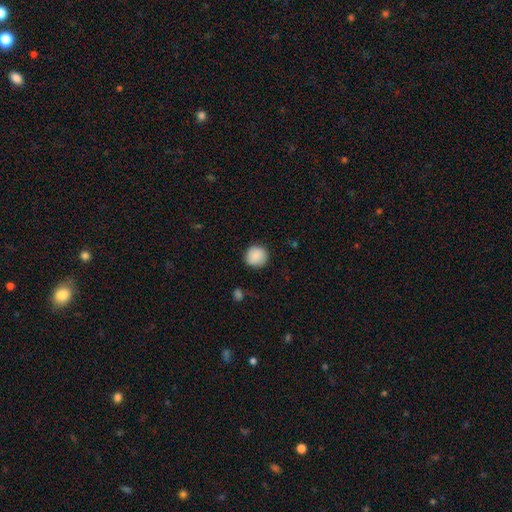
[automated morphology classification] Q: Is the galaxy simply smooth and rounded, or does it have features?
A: smooth — 88%.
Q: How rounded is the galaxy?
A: round — 92%.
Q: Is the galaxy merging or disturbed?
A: none — 87%.